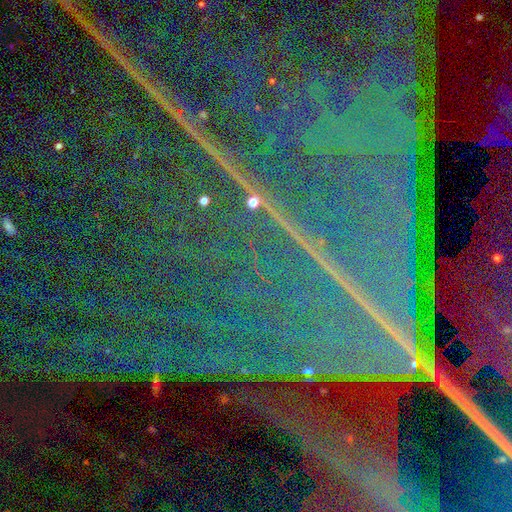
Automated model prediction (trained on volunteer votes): Smooth or featured?
  - star or artifact: 89% *
  - featured or disk: 7%
  - smooth: 4%